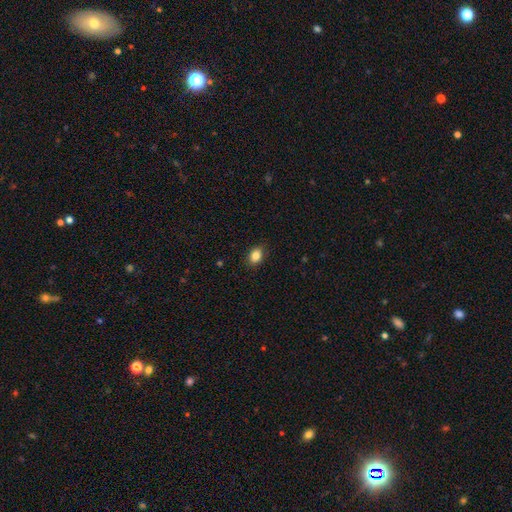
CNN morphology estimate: A smooth galaxy with no disk features (85%) that is in between round and cigar-shaped (70%). Merging: none (88%).